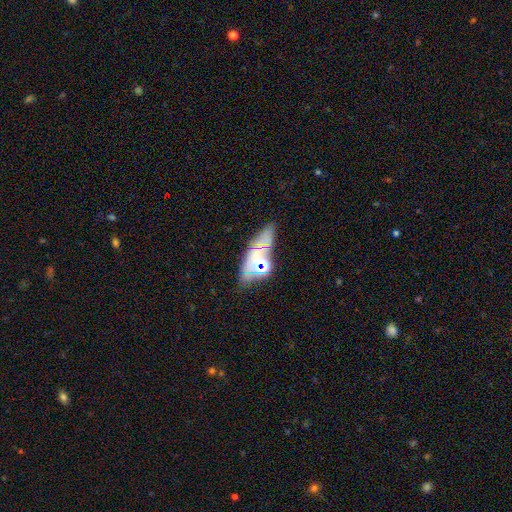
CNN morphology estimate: Smooth or featured?
  - smooth: 50% *
  - featured or disk: 29%
  - star or artifact: 21%
How rounded?
  - in between: 62% *
  - cigar-shaped: 27%
  - round: 11%
Merging?
  - none: 72% *
  - minor disturbance: 15%
  - merger: 7%
  - major disturbance: 6%